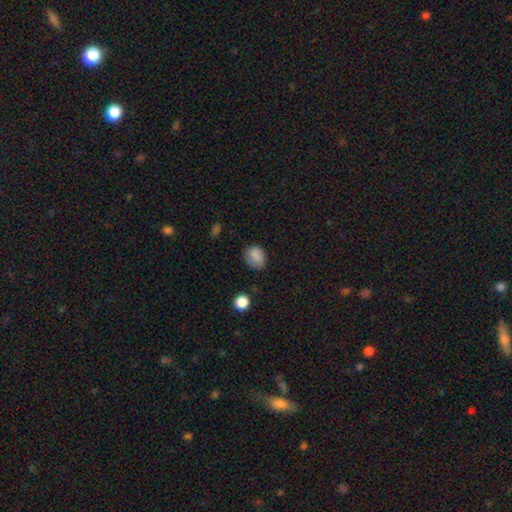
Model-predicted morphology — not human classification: Smooth or featured? Predicted: smooth (p=0.84). How rounded? Predicted: in between (p=0.55). Merging? Predicted: none (p=0.70).